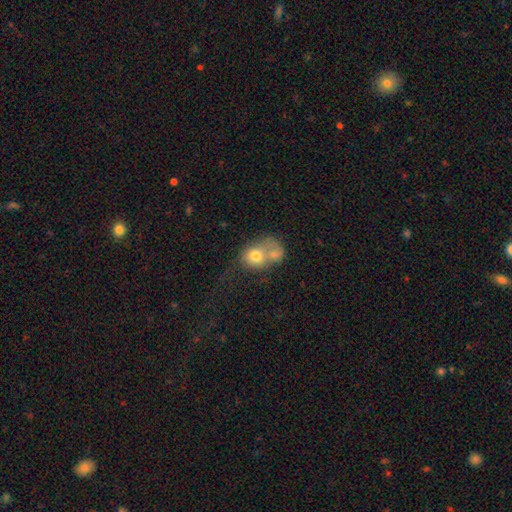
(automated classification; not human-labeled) This is likely a smooth galaxy (70%). How rounded: possibly round (54%). Merging: likely merger (69%).